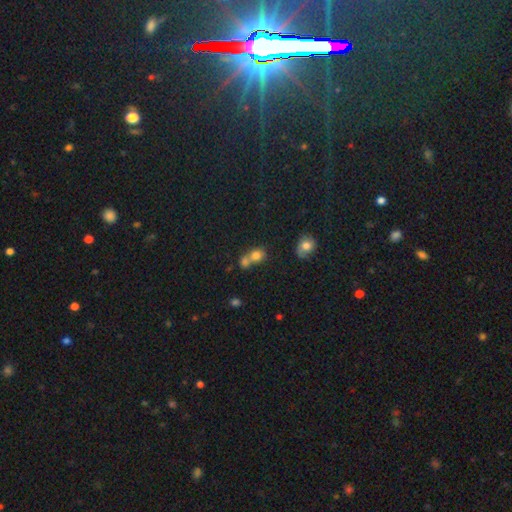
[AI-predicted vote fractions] Smooth or featured?
  - smooth: 76% *
  - star or artifact: 14%
  - featured or disk: 10%
How rounded?
  - round: 70% *
  - in between: 29%
  - cigar-shaped: 1%
Merging?
  - merger: 57% *
  - none: 32%
  - minor disturbance: 7%
  - major disturbance: 4%